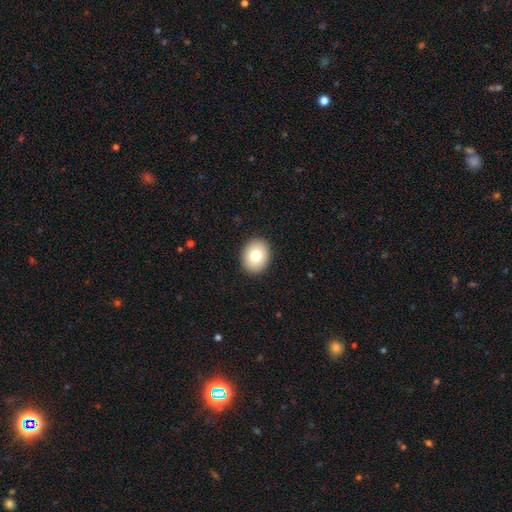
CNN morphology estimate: This appears to be a smooth galaxy with no disk features (77%) that is round (52%). Merging: none (91%).